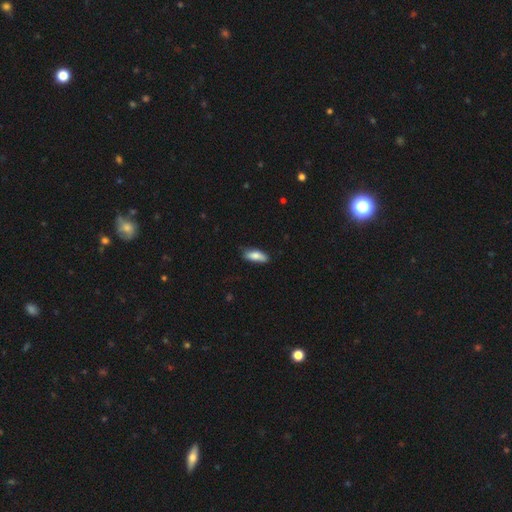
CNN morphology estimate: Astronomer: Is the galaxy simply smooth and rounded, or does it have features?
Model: smooth — 82%.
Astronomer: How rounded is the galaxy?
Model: in between — 70%.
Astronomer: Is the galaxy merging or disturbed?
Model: none — 77%.